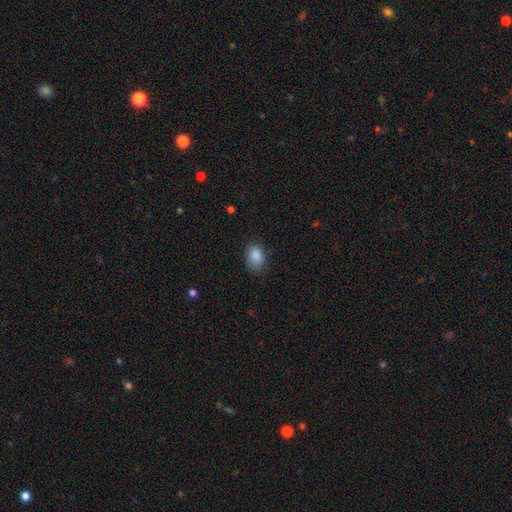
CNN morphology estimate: Smooth or featured? Predicted: smooth (p=0.87). How rounded? Predicted: in between (p=0.80). Merging? Predicted: none (p=0.74).